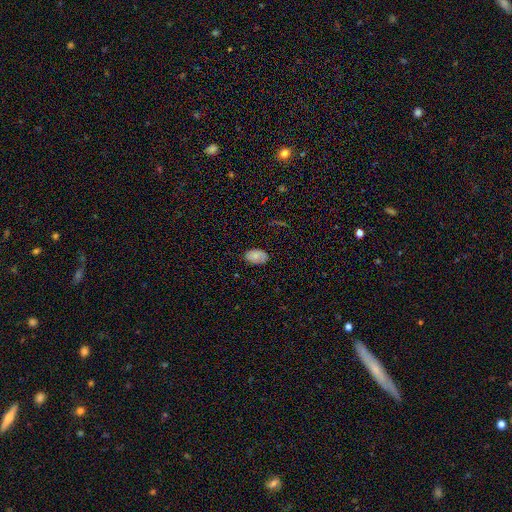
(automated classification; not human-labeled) This is clearly a smooth galaxy (81%). How rounded: clearly in between (91%). Merging: clearly none (81%).